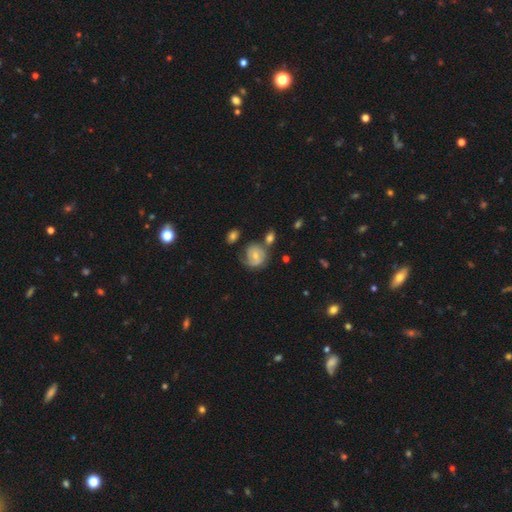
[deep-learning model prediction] Q: Smooth or featured?
A: featured or disk (64%); runner-up: smooth (29%)
Q: Edge-on disk?
A: no (97%); runner-up: yes (3%)
Q: Bar?
A: no (51%); runner-up: weak (41%)
Q: Spiral arms?
A: yes (86%); runner-up: no (14%)
Q: Spiral winding?
A: tight (52%); runner-up: medium (34%)
Q: Spiral arm count?
A: 2 (46%); runner-up: can't tell (22%)
Q: Bulge size?
A: small (49%); runner-up: moderate (44%)
Q: Merging?
A: none (53%); runner-up: minor disturbance (23%)